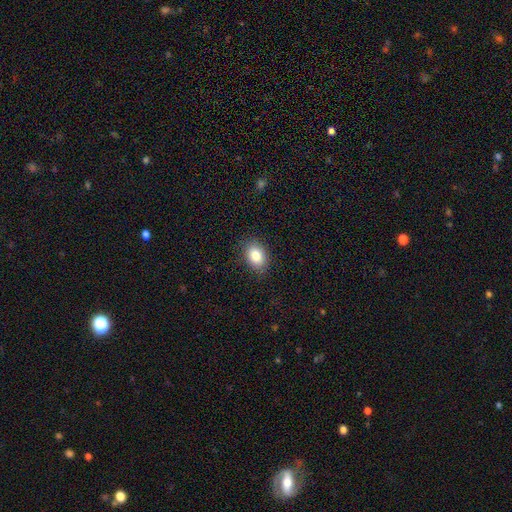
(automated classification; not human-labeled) A smooth galaxy with no disk features (82%) that is in between round and cigar-shaped (76%).

Vote fractions:
- Smooth or featured? smooth: 82% / featured or disk: 9% / star or artifact: 9%
- How rounded? in between: 76% / round: 22% / cigar-shaped: 1%
- Merging? none: 86% / minor disturbance: 10% / major disturbance: 3% / merger: 1%